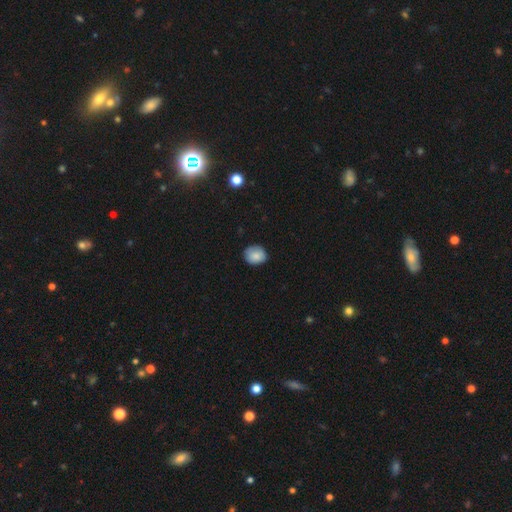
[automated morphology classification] smooth_or_featured: smooth (p=0.84) [alt: star or artifact p=0.08]
how_rounded: round (p=0.60) [alt: in between p=0.39]
merging: none (p=0.79) [alt: minor disturbance p=0.17]